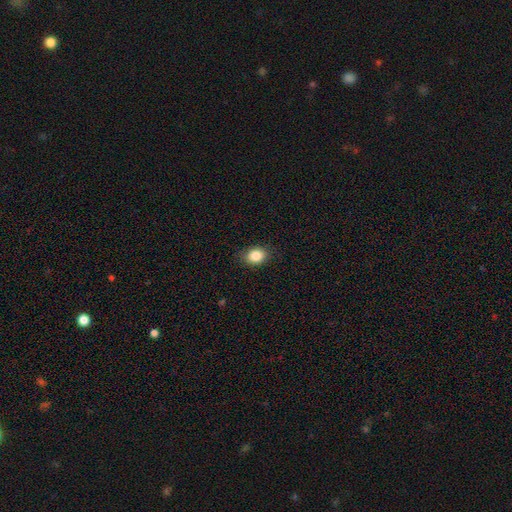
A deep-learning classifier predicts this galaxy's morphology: smooth-or-featured: smooth: 85% | star or artifact: 9% | featured or disk: 5%
  how-rounded: in between: 57% | round: 42% | cigar-shaped: 1%
  merging: none: 86% | minor disturbance: 11% | major disturbance: 2% | merger: 1%